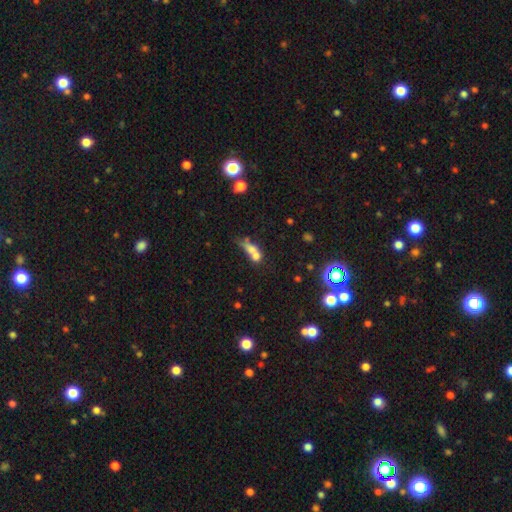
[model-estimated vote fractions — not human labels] Overall: smooth (61%; featured or disk 23%). How rounded: in between (52%; round 28%). Merging: merger (57%; none 22%).